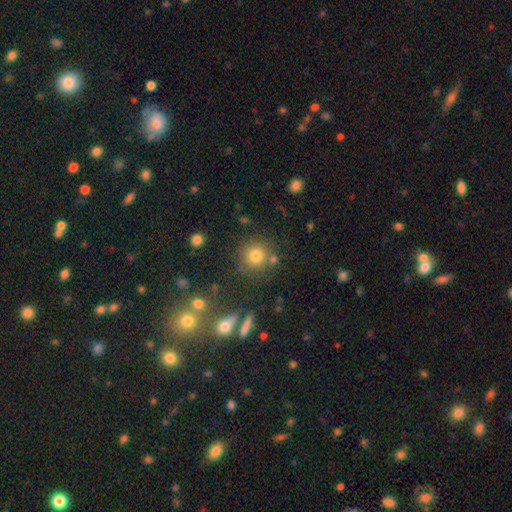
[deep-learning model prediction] The model was most divided on "smooth or featured": smooth: 76%, star or artifact: 15%, featured or disk: 9%. More confident: how rounded — round (92%); merging — none (79%).